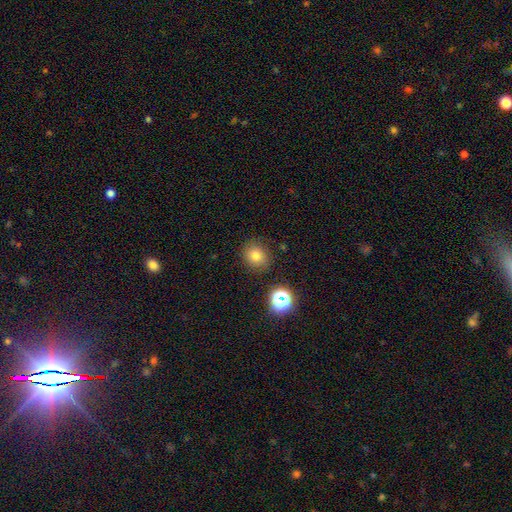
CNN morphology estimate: Smooth or featured: smooth — 76% (star or artifact — 16%)
How rounded: round — 77% (in between — 22%)
Merging: none — 85% (minor disturbance — 10%)